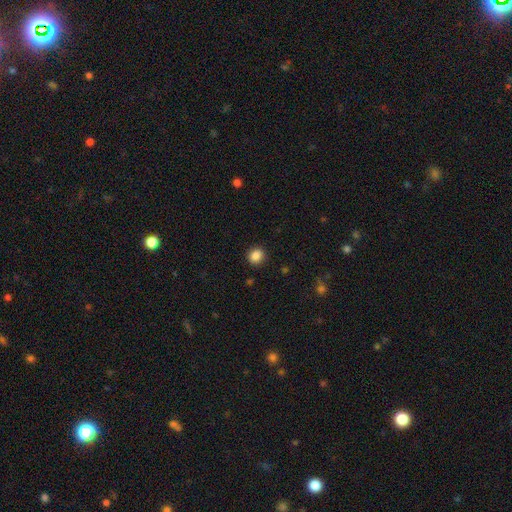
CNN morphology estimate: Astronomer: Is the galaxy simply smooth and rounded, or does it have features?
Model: smooth — 87%.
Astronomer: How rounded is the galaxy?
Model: round — 82%.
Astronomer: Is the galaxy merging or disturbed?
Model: none — 91%.